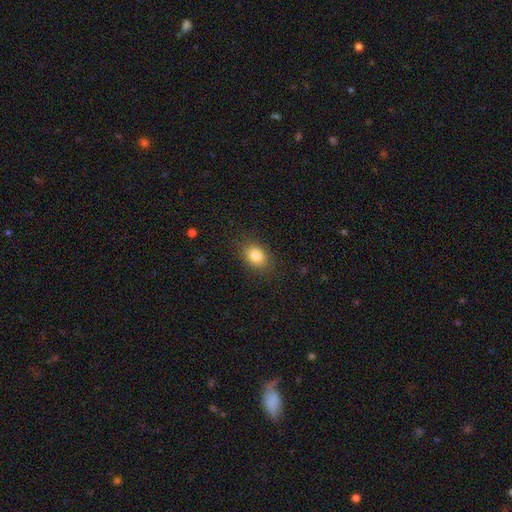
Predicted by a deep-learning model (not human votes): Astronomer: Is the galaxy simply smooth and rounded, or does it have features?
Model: smooth — 83%.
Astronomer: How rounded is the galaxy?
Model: in between — 65%.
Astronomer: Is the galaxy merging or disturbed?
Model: none — 85%.